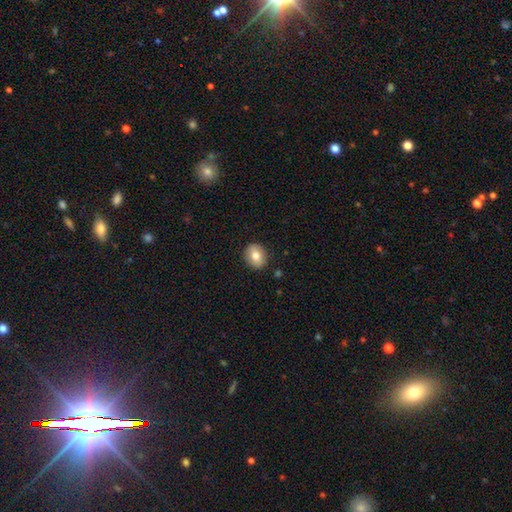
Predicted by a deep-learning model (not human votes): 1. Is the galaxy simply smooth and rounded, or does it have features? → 78% smooth, 14% featured or disk, 8% star or artifact.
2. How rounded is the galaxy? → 64% round, 35% in between, 1% cigar-shaped.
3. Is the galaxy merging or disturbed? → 89% none, 8% minor disturbance, 2% major disturbance, 1% merger.